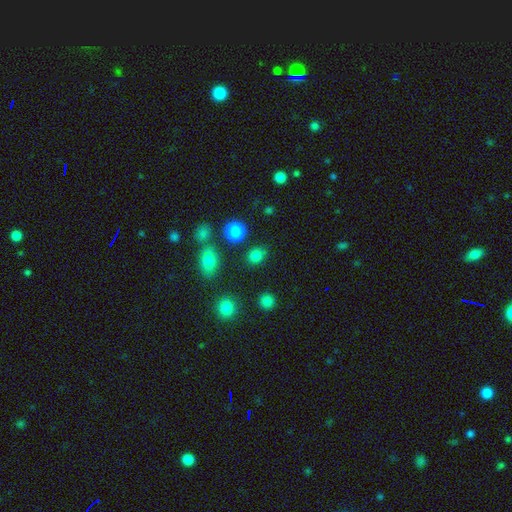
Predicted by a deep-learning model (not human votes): smooth 81%, star or artifact 15%, featured or disk 5%. Down the decision tree: how rounded — round (65%); merging — none (81%).